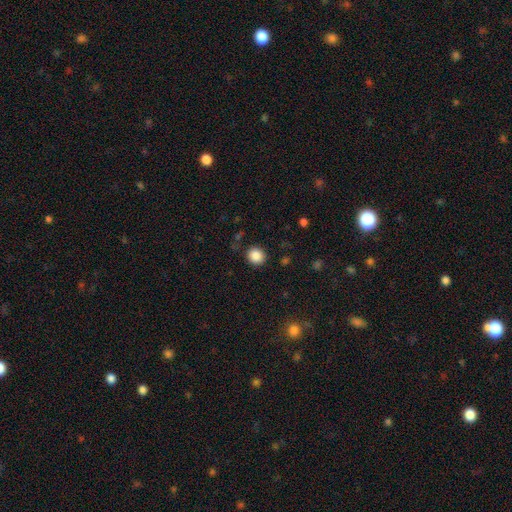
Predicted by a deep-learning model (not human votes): Morphology: type=smooth (87%); roundness=round (86%); merging=none (88%).